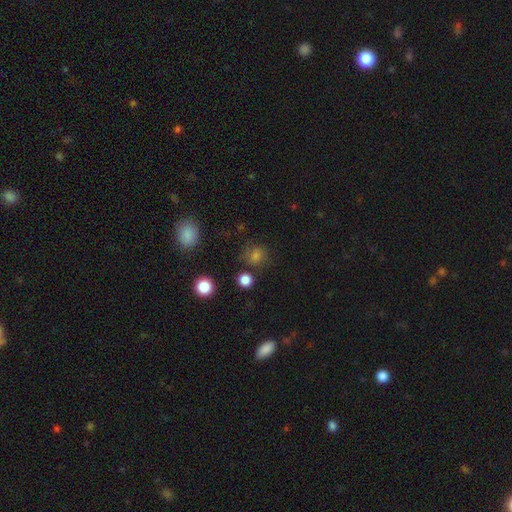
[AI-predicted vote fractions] The model was most divided on "smooth or featured": smooth: 72%, star or artifact: 21%, featured or disk: 7%. More confident: how rounded — round (80%); merging — none (76%).